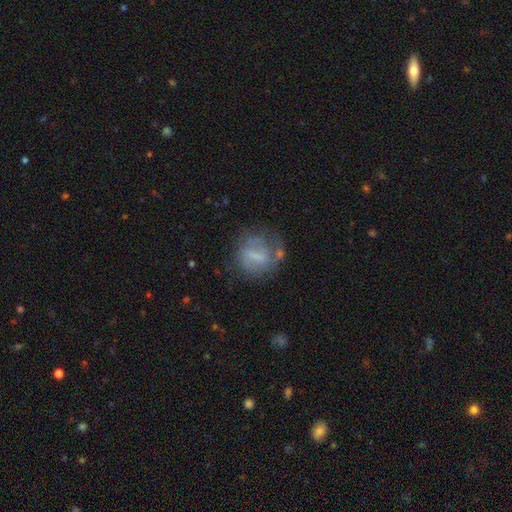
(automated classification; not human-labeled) Smooth or featured: featured or disk — 46% (smooth — 45%)
Merging: none — 50% (minor disturbance — 24%)